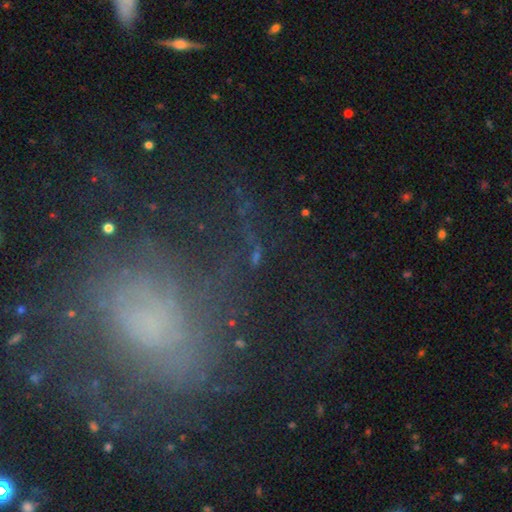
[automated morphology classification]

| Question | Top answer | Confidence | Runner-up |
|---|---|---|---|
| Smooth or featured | star or artifact | 60% | smooth (20%) |